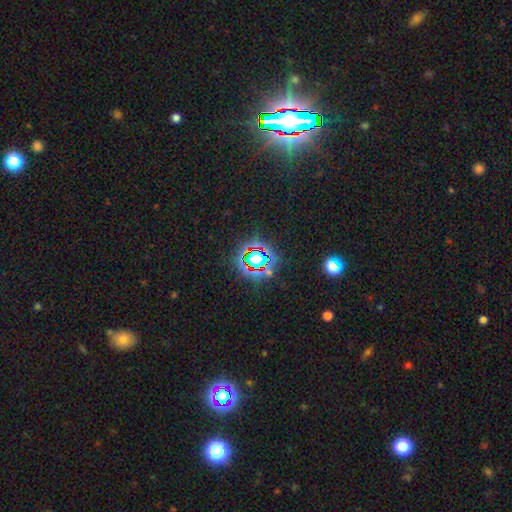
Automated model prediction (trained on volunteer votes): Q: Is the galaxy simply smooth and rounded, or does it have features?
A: star or artifact — 72%.